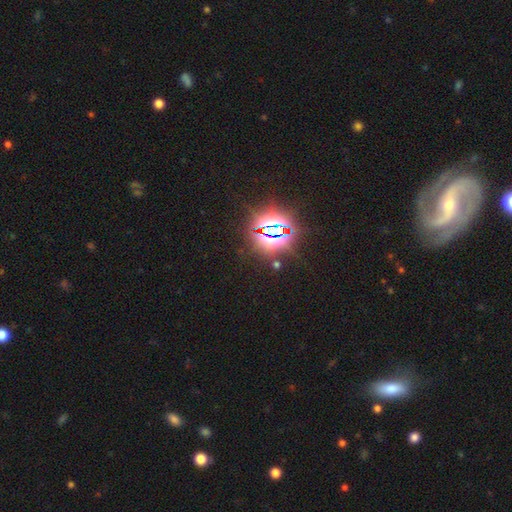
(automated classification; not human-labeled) Q: Smooth or featured?
A: star or artifact (50%); runner-up: featured or disk (29%)